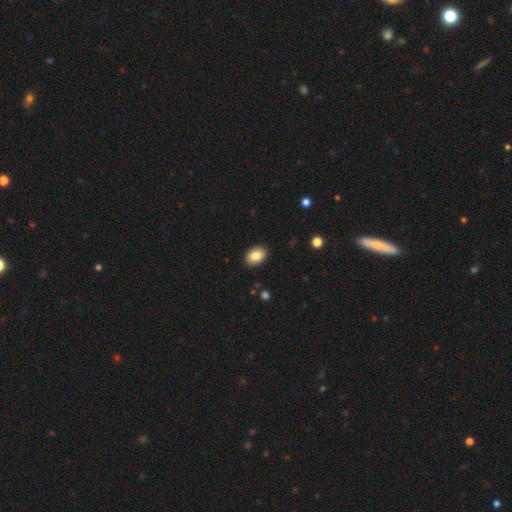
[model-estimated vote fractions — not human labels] This is clearly a smooth galaxy (86%). How rounded: clearly in between (83%). Merging: clearly none (90%).